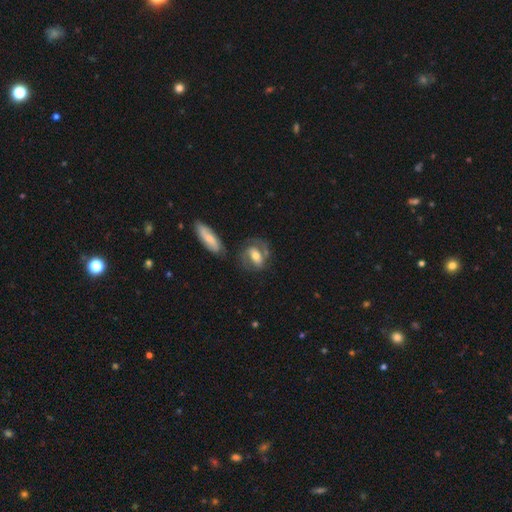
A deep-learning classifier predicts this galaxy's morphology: Smooth or featured? featured or disk (59%)
Edge-on disk? no (93%)
Bar? weak (35%)
Spiral arms? yes (75%)
Bulge size? moderate (63%)
Merging? none (56%)